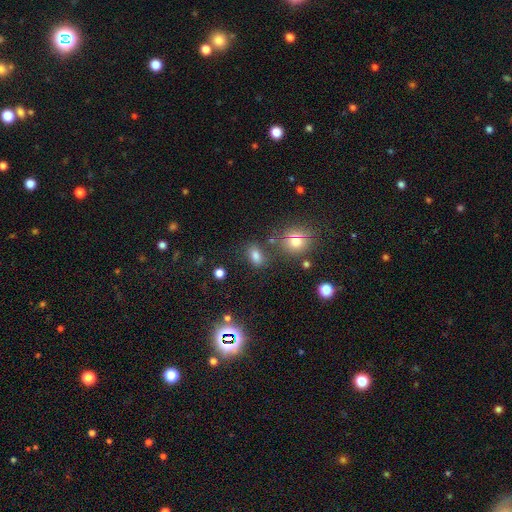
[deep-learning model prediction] Smooth or featured?
  - smooth: 73% *
  - star or artifact: 19%
  - featured or disk: 8%
How rounded?
  - in between: 80% *
  - round: 16%
  - cigar-shaped: 3%
Merging?
  - none: 73% *
  - minor disturbance: 13%
  - merger: 9%
  - major disturbance: 5%